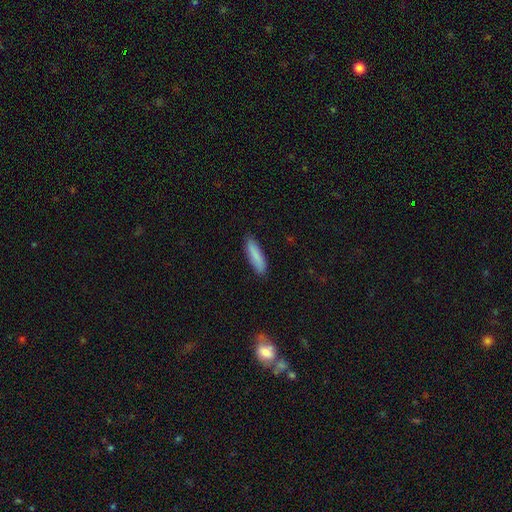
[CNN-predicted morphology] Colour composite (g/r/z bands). It shows a smooth galaxy with no disk features (86%) that is cigar-shaped (73%). Merging: none (87%).